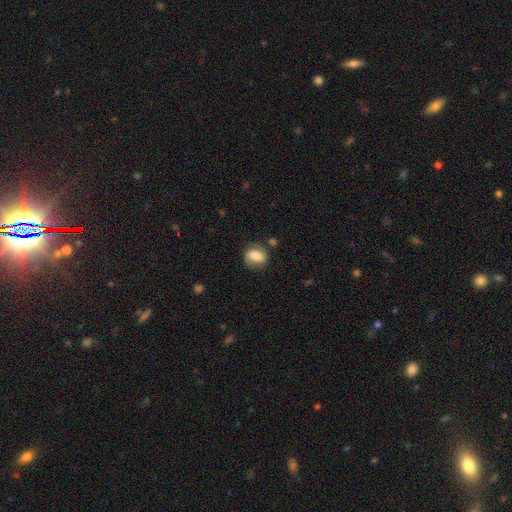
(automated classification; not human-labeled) This appears to be a smooth galaxy with no disk features (72%) that is in between round and cigar-shaped (66%). Merging: none (68%).